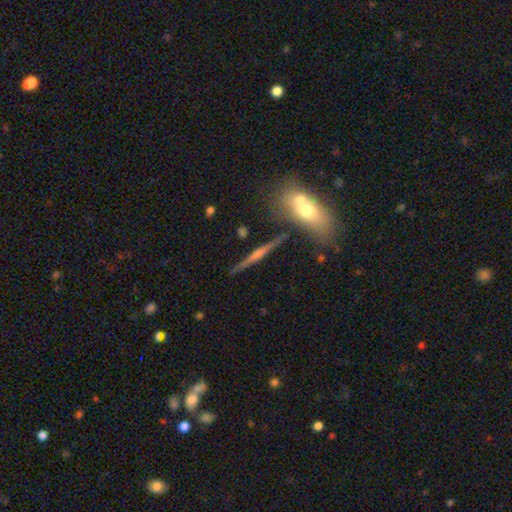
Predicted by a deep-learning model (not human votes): A featured or disk galaxy (69%) viewed edge-on (93%) with a rounded central bulge (87%).

Vote fractions:
- Smooth or featured? featured or disk: 69% / smooth: 19% / star or artifact: 11%
- Edge-on disk? yes: 93% / no: 7%
- Edge-on bulge? rounded: 87% / none: 7% / boxy: 6%
- Merging? none: 73% / merger: 13% / minor disturbance: 10% / major disturbance: 4%